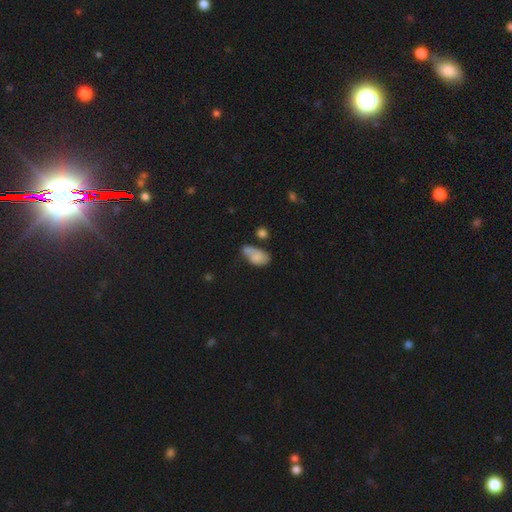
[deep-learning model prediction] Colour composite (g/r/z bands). It shows a smooth galaxy with no disk features (74%) that is in between round and cigar-shaped (88%). Merging: none (30%).